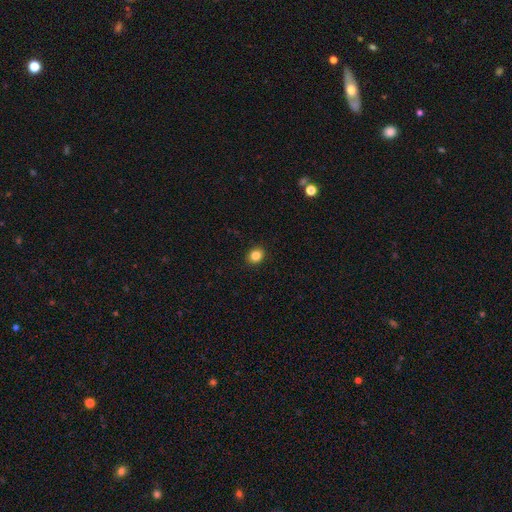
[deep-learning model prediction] Smooth or featured? Predicted: smooth (p=0.84). How rounded? Predicted: round (p=0.67). Merging? Predicted: none (p=0.92).